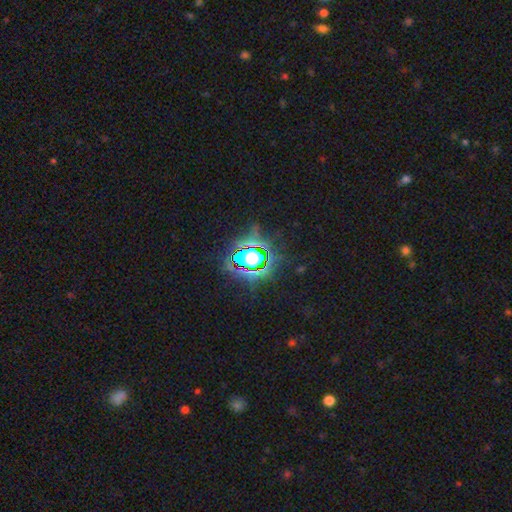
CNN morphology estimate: This is likely a star or artifact rather than a galaxy (80%).